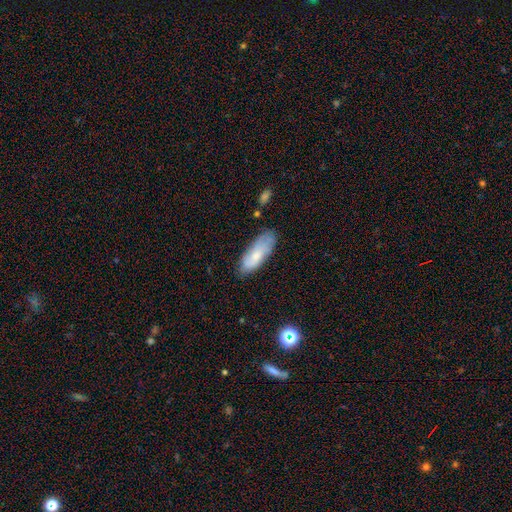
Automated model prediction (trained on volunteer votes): Morphology: type=smooth (68%); roundness=in between (72%); merging=none (66%).